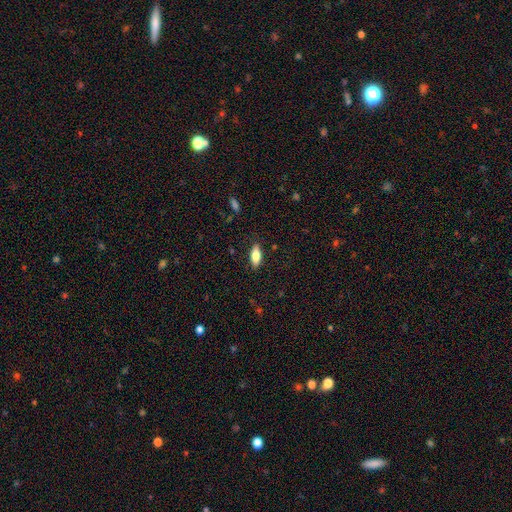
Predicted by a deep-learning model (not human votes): smooth-or-featured: smooth: 76% | featured or disk: 17% | star or artifact: 7%
  how-rounded: in between: 76% | cigar-shaped: 22% | round: 2%
  merging: none: 86% | minor disturbance: 11% | major disturbance: 2% | merger: 1%